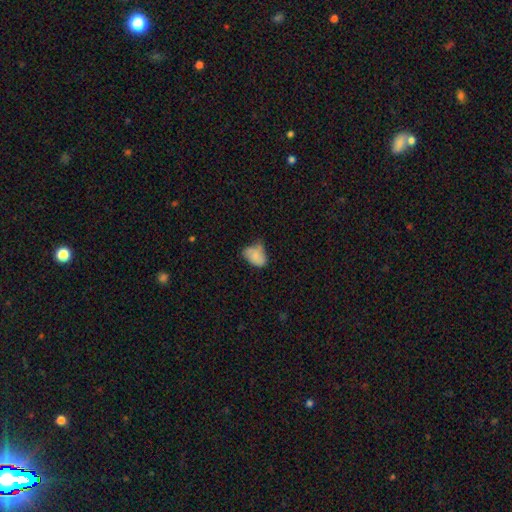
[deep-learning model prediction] smooth_or_featured: smooth (p=0.77) [alt: featured or disk p=0.14]
how_rounded: in between (p=0.82) [alt: round p=0.17]
merging: minor disturbance (p=0.45) [alt: none p=0.34]